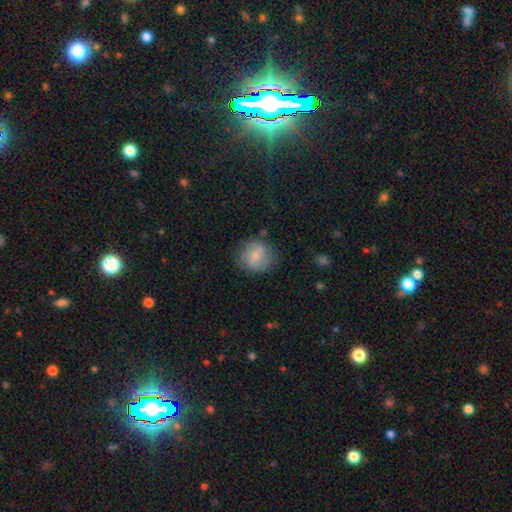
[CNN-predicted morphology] Smooth or featured? Predicted: smooth (p=0.63). How rounded? Predicted: round (p=0.85). Merging? Predicted: none (p=0.74).